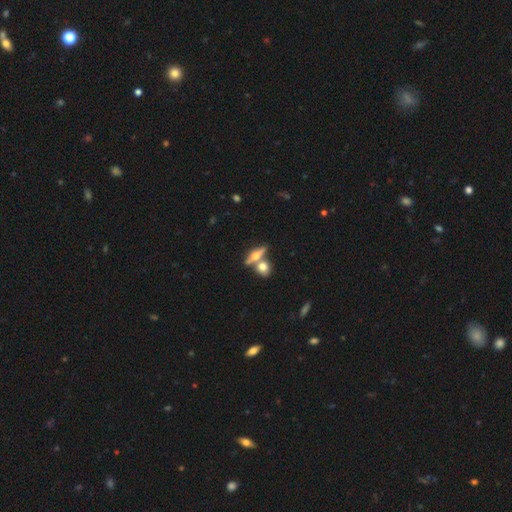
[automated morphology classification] A featured or disk galaxy (55%) viewed edge-on (89%). Merging: none (56%).